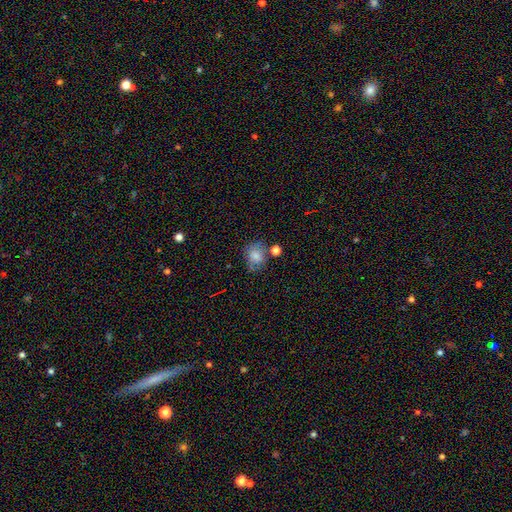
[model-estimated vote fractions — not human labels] The model was most divided on "how rounded": round: 58%, in between: 41%, cigar-shaped: 1%. More confident: smooth or featured — smooth (77%); merging — none (56%).